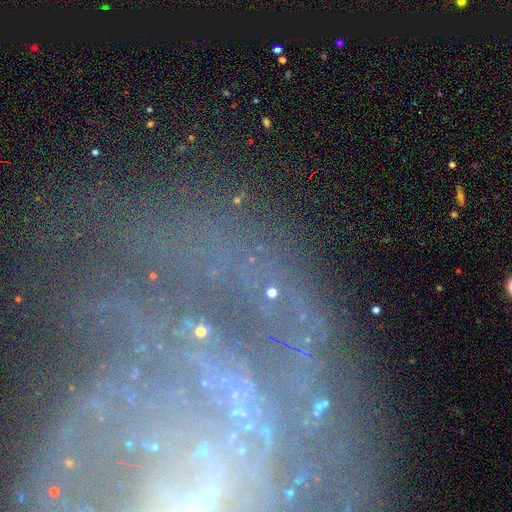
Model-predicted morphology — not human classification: type=featured or disk (64%); edge-on=no (89%); bar=no (49%); spiral arms=yes (62%); bulge=small (39%); merging=none (58%).